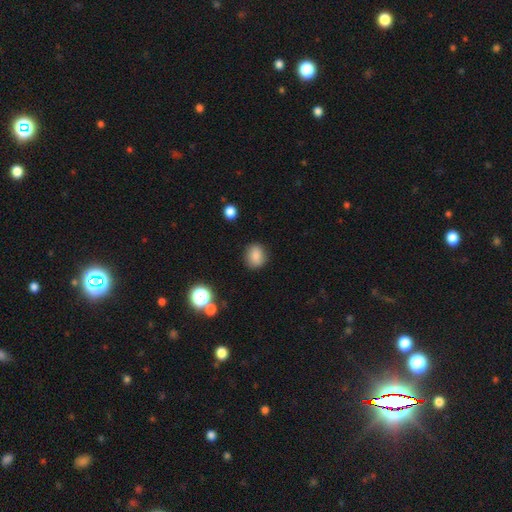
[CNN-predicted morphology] This appears to be a smooth galaxy with no disk features (83%) that is round (63%). Merging: none (85%).